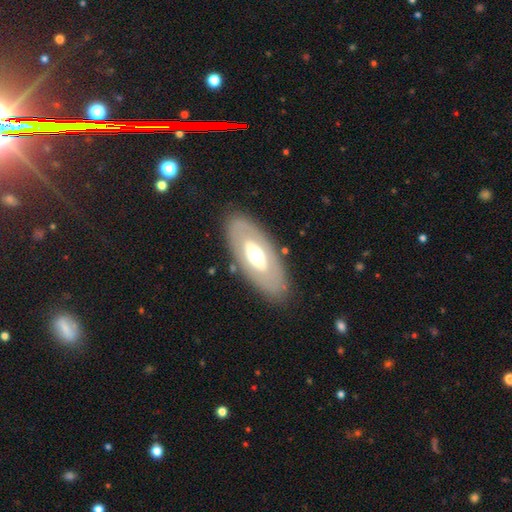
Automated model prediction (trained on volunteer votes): This appears to be a featured or disk galaxy (53%). Merging: none (82%).